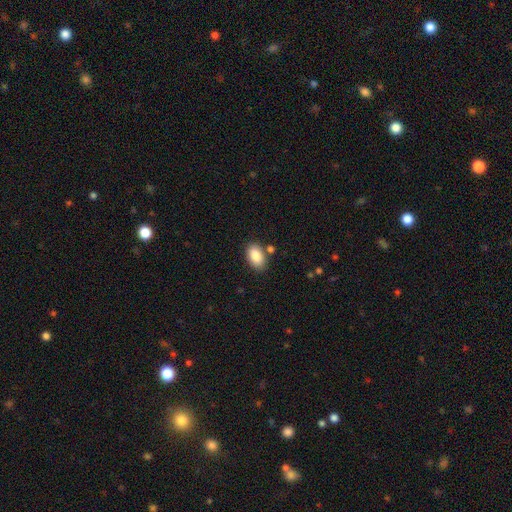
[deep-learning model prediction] Smooth or featured: smooth — 87% (star or artifact — 7%)
How rounded: in between — 92% (round — 7%)
Merging: none — 80% (minor disturbance — 11%)